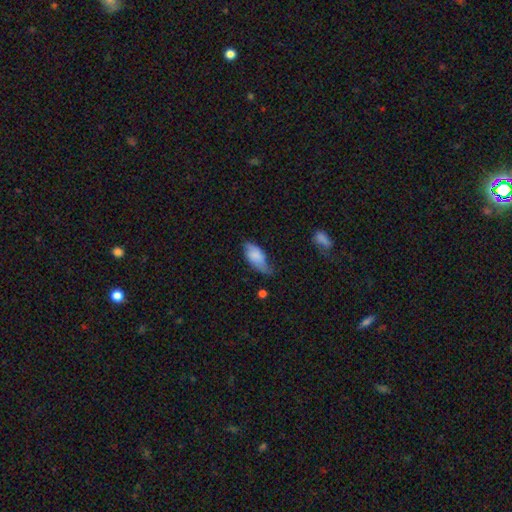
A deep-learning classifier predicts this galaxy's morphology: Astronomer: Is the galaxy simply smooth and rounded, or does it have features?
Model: smooth — 70%.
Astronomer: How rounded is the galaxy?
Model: in between — 89%.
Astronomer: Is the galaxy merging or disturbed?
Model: none — 41%, tied with minor disturbance at 41%.